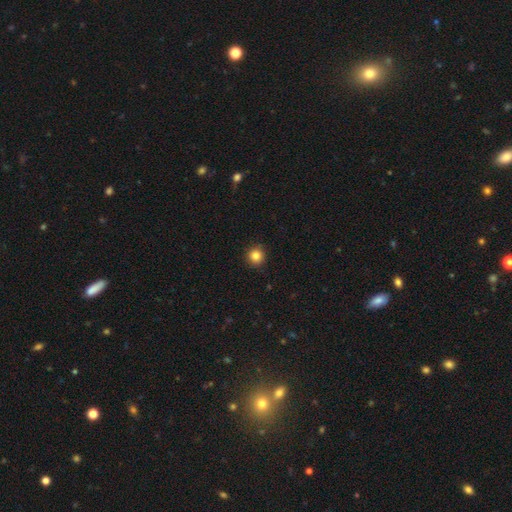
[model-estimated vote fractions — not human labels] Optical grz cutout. It shows a smooth galaxy with no disk features (84%) that is round (94%). Merging: none (91%).